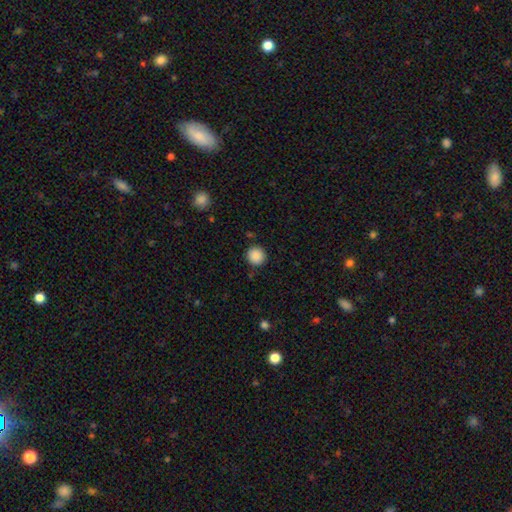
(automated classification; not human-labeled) Smooth or featured? Predicted: smooth (p=0.88). How rounded? Predicted: round (p=0.94). Merging? Predicted: none (p=0.89).